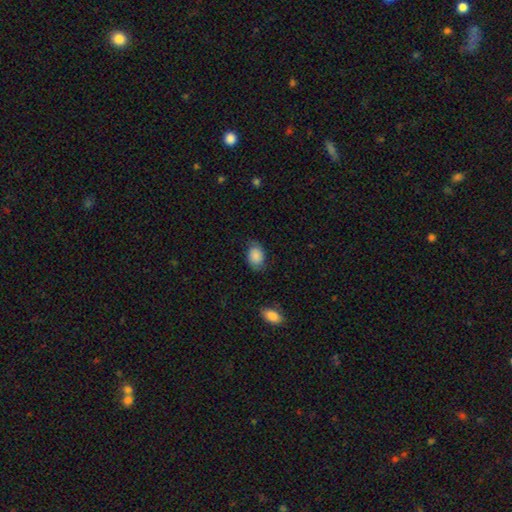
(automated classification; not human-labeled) Smooth or featured? smooth (82%)
How rounded? in between (78%)
Merging? none (69%)